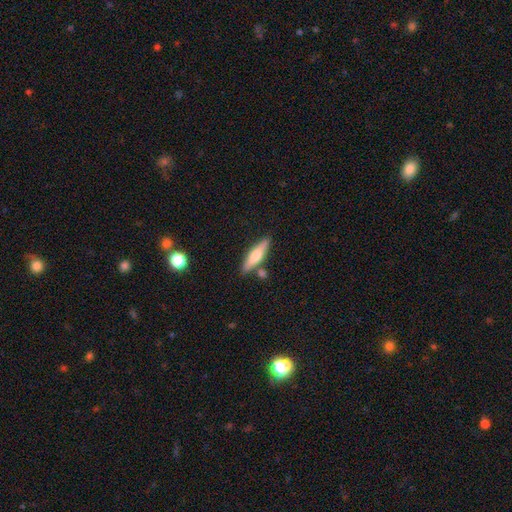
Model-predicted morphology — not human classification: smooth_or_featured: smooth (p=0.59) [alt: featured or disk p=0.35]
how_rounded: cigar-shaped (p=0.71) [alt: in between p=0.27]
merging: none (p=0.77) [alt: minor disturbance p=0.11]